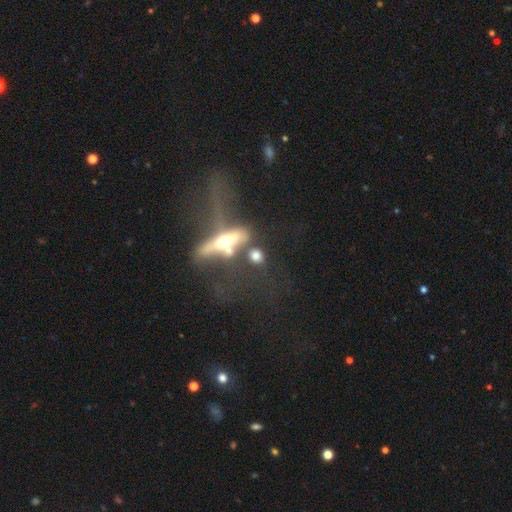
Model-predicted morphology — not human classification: The model was most divided on "how rounded": round: 47%, in between: 39%, cigar-shaped: 14%. Remaining: smooth or featured — smooth (63%); merging — none (41%).